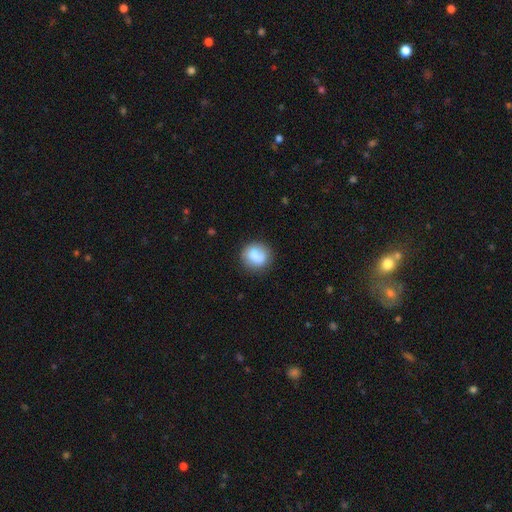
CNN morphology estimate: This appears to be a smooth galaxy with no disk features (81%) that is round (82%). Merging: none (78%).